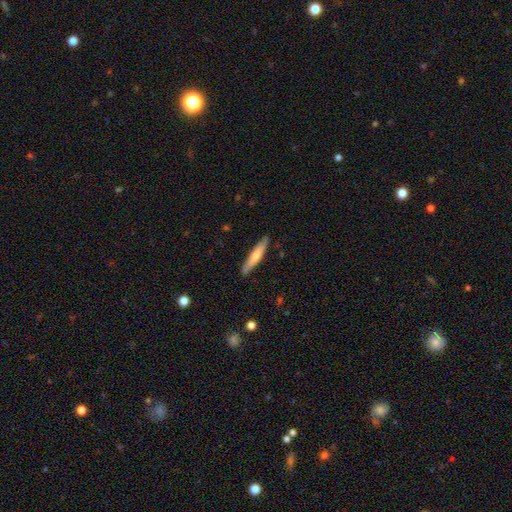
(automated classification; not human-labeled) Morphology: type=smooth (64%); roundness=cigar-shaped (90%); merging=none (87%).